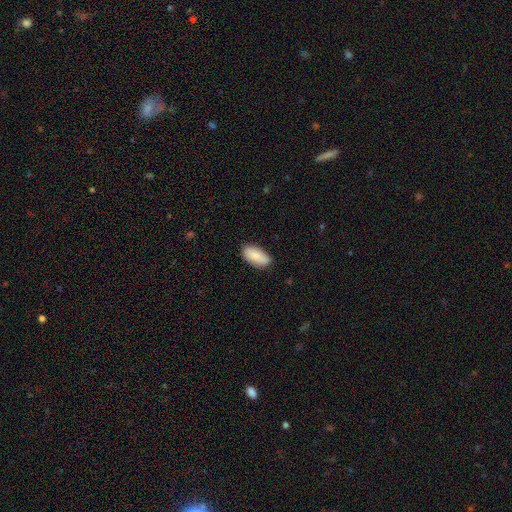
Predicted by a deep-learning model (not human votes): smooth 86%, featured or disk 8%, star or artifact 6%. Down the decision tree: how rounded — in between (91%); merging — none (84%).